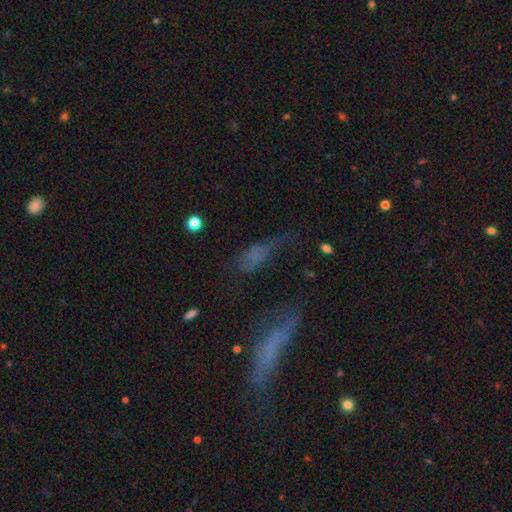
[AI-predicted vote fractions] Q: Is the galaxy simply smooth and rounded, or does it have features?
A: smooth — 53%.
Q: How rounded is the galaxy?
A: in between — 57%.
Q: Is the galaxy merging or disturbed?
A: none — 40%.